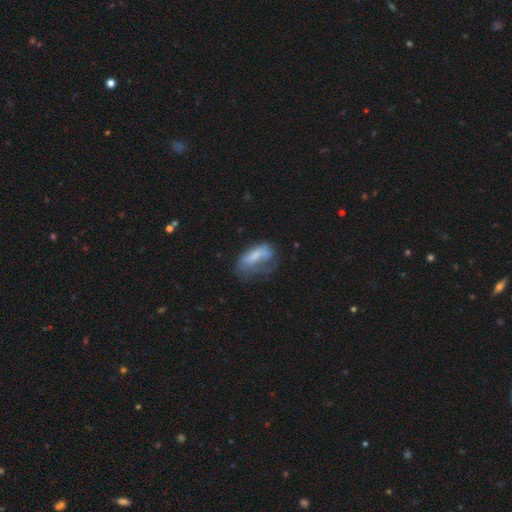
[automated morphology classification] type=smooth (61%); roundness=in between (84%); merging=major disturbance (38%).